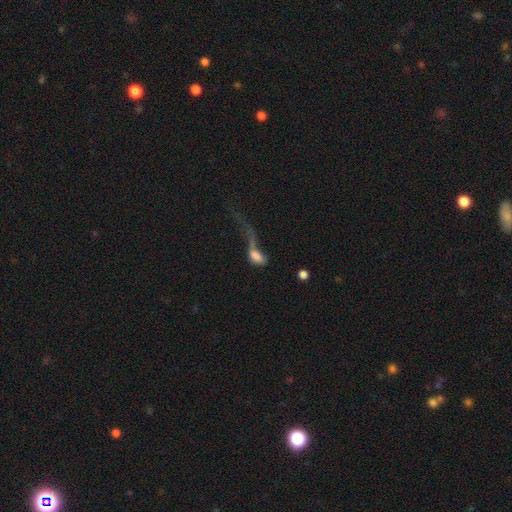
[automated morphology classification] Smooth or featured?
  - smooth: 68% *
  - featured or disk: 22%
  - star or artifact: 10%
How rounded?
  - in between: 83% *
  - round: 9%
  - cigar-shaped: 8%
Merging?
  - major disturbance: 58% *
  - merger: 18%
  - none: 13%
  - minor disturbance: 11%